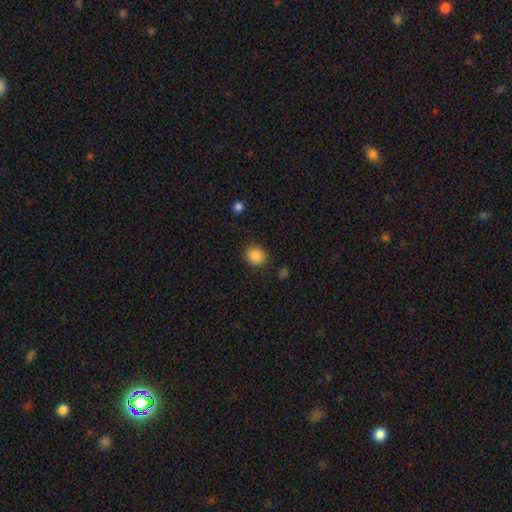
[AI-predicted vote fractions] Smooth or featured? Predicted: smooth (p=0.87). How rounded? Predicted: round (p=0.79). Merging? Predicted: none (p=0.86).